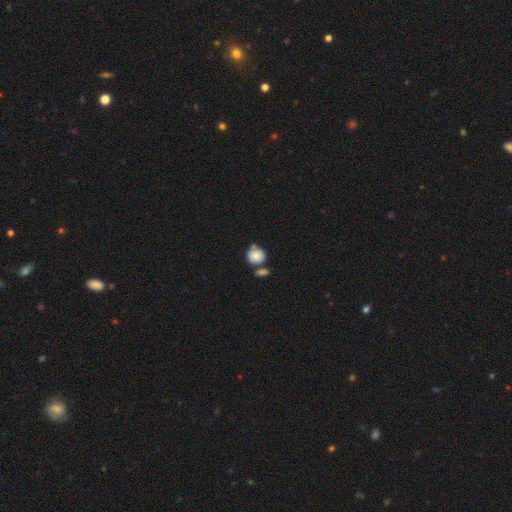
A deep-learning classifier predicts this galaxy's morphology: This is clearly a smooth galaxy (83%). How rounded: clearly round (85%). Merging: possibly none (55%).